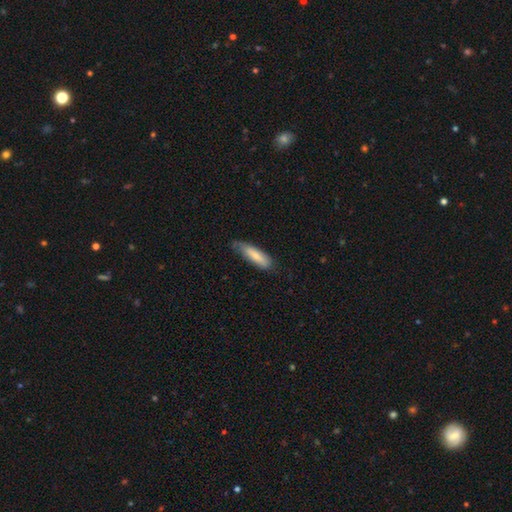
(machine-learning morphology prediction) A smooth galaxy with no disk features (75%) that is cigar-shaped (56%). Merging: none (61%).